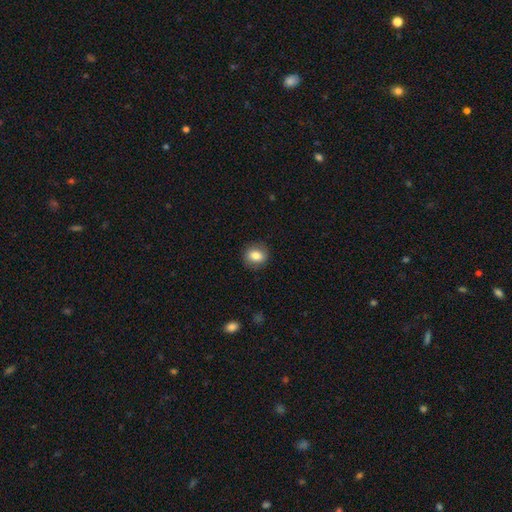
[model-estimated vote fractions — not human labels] Smooth or featured? Predicted: smooth (p=0.80). How rounded? Predicted: round (p=0.65). Merging? Predicted: none (p=0.86).